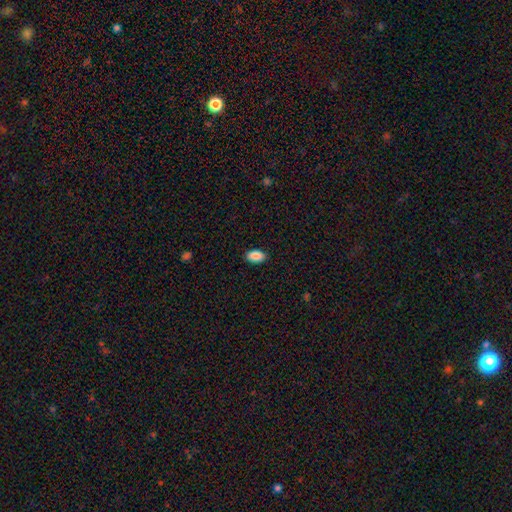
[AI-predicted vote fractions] This is clearly a smooth galaxy (90%). How rounded: clearly in between (94%). Merging: clearly none (89%).